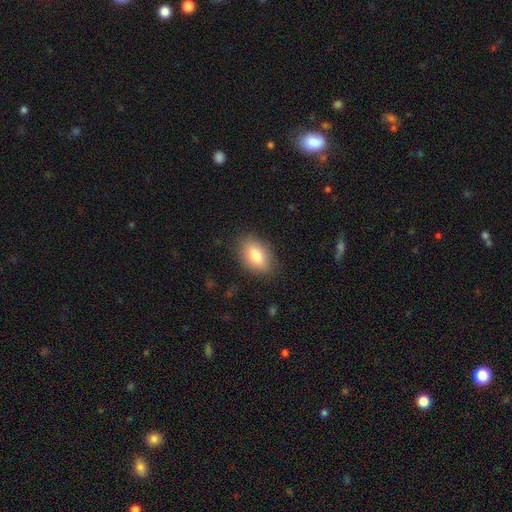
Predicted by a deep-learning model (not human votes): Smooth or featured: smooth — 80% (featured or disk — 13%)
How rounded: in between — 89% (round — 9%)
Merging: none — 84% (minor disturbance — 11%)